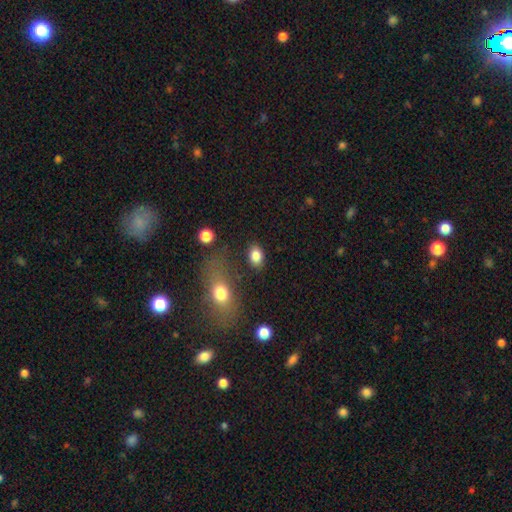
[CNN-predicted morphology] The model was most divided on "how rounded": in between: 77%, round: 22%, cigar-shaped: 2%. More confident: smooth or featured — smooth (84%); merging — none (80%).